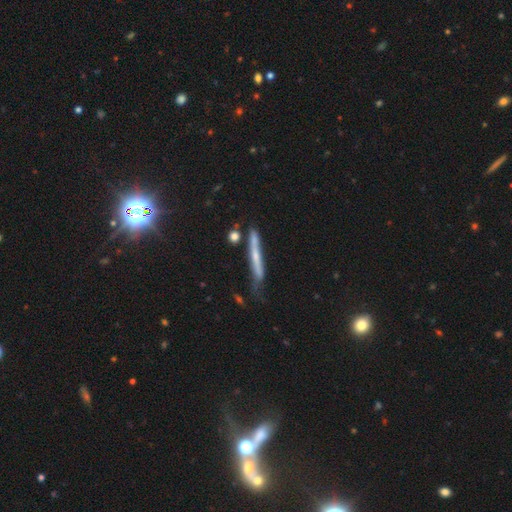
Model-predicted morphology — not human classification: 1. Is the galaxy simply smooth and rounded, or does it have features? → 52% featured or disk, 38% smooth, 9% star or artifact.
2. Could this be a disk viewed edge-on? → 87% yes, 13% no.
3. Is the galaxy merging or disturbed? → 56% none, 28% minor disturbance, 9% major disturbance, 7% merger.